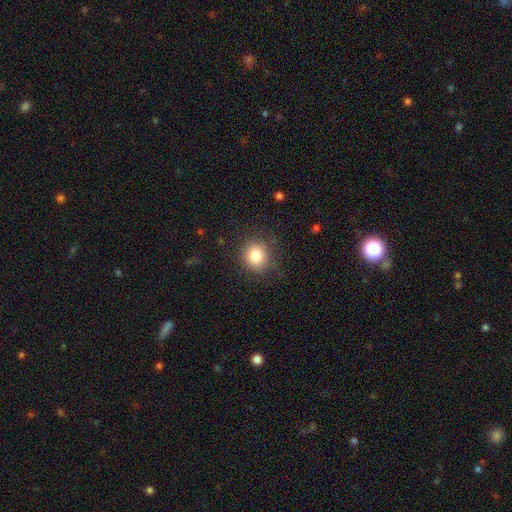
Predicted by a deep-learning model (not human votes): This appears to be a smooth galaxy with no disk features (83%) that is round (86%). Merging: none (83%).